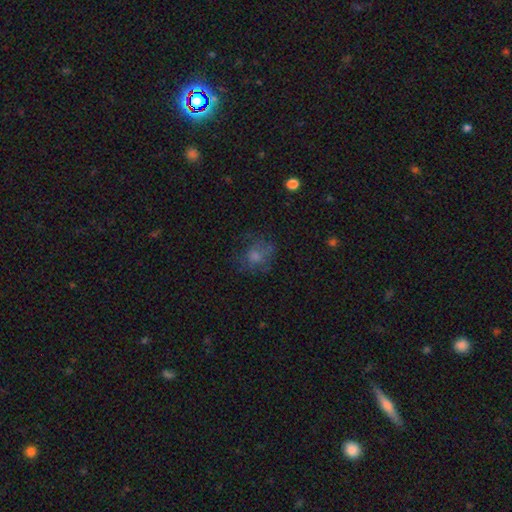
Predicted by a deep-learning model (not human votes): A smooth galaxy with no disk features (53%) that is round (67%).

Vote fractions:
- Smooth or featured? smooth: 53% / featured or disk: 25% / star or artifact: 22%
- How rounded? round: 67% / in between: 32% / cigar-shaped: 1%
- Merging? none: 61% / minor disturbance: 20% / major disturbance: 17% / merger: 2%